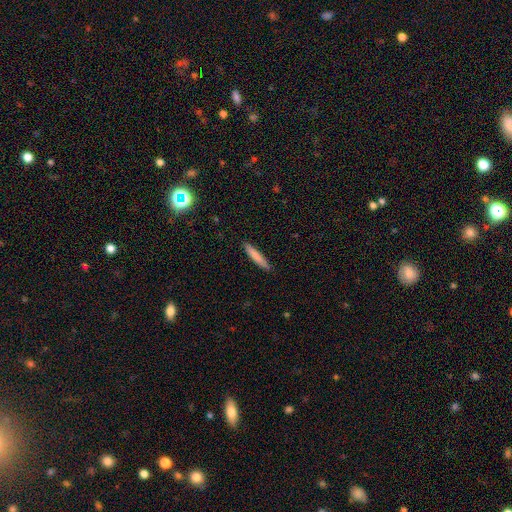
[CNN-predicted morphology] Overall: smooth (79%). How rounded: cigar-shaped (93%). Merging: none (88%).